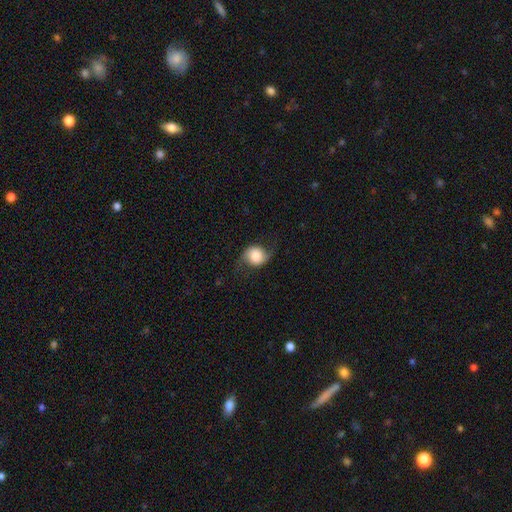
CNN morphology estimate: A featured or disk galaxy (47%). Merging: none (67%).